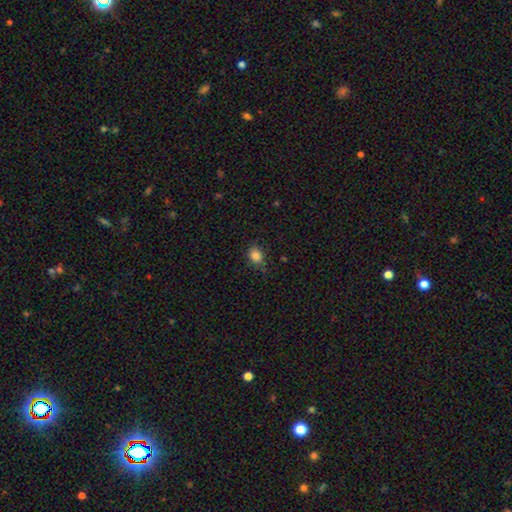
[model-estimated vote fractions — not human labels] smooth 84%, star or artifact 11%, featured or disk 5%. Down the decision tree: how rounded — in between (56%); merging — none (75%).